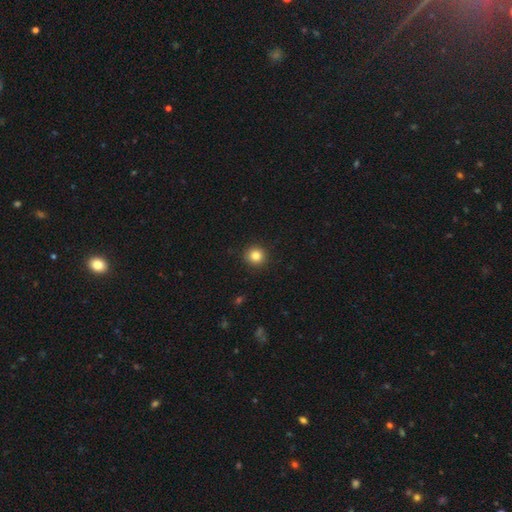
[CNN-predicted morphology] Smooth or featured?
  - smooth: 84% *
  - star or artifact: 11%
  - featured or disk: 5%
How rounded?
  - round: 92% *
  - in between: 7%
  - cigar-shaped: 1%
Merging?
  - none: 92% *
  - minor disturbance: 5%
  - major disturbance: 2%
  - merger: 1%